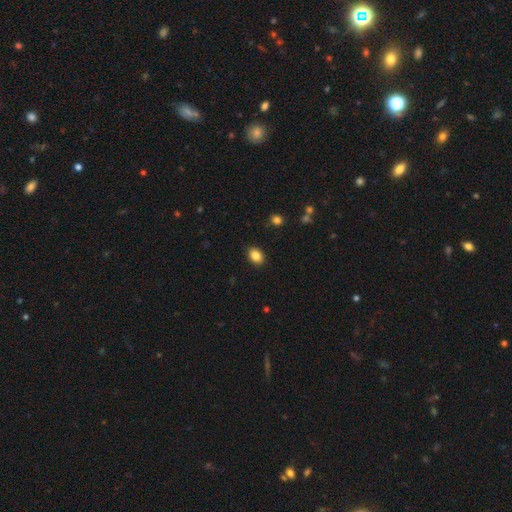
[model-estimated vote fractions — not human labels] Smooth or featured? Predicted: smooth (p=0.86). How rounded? Predicted: in between (p=0.72). Merging? Predicted: none (p=0.89).